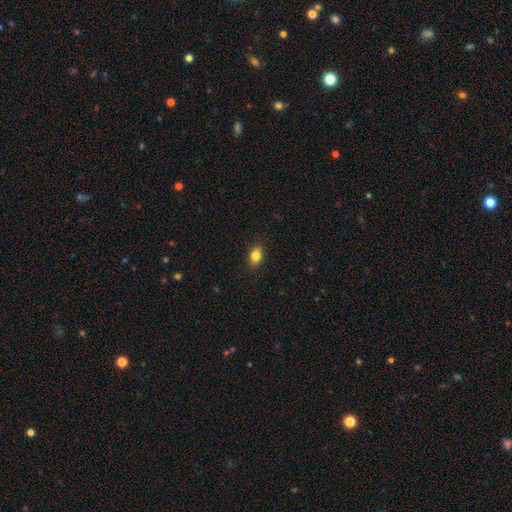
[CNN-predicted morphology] Smooth or featured: smooth — 84% (star or artifact — 10%)
How rounded: in between — 78% (round — 20%)
Merging: none — 89% (minor disturbance — 8%)